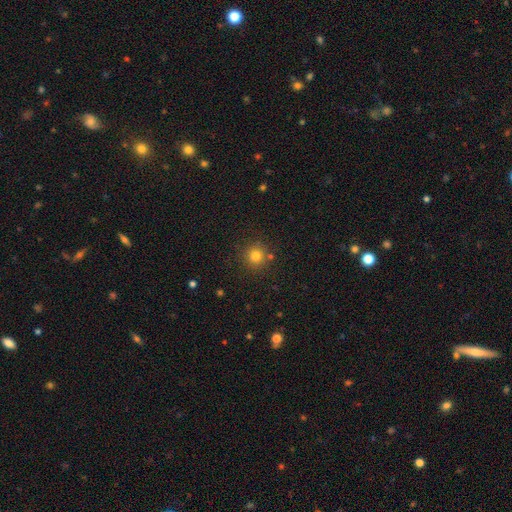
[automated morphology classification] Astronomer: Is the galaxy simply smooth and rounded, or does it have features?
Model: smooth — 80%.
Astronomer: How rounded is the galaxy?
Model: round — 94%.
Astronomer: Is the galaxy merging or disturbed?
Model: none — 85%.